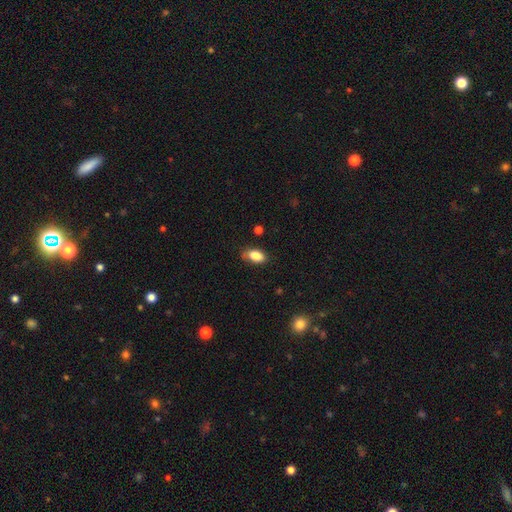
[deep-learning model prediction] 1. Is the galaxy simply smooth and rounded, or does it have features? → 85% smooth, 8% star or artifact, 7% featured or disk.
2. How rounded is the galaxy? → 91% in between, 5% round, 4% cigar-shaped.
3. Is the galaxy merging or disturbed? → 73% none, 21% minor disturbance, 4% major disturbance, 2% merger.